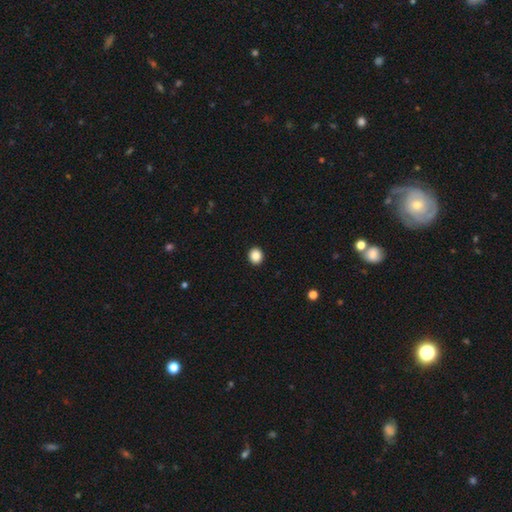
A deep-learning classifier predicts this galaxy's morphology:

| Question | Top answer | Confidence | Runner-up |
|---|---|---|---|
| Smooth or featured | smooth | 87% | star or artifact (10%) |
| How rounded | round | 84% | in between (15%) |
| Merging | none | 93% | minor disturbance (4%) |